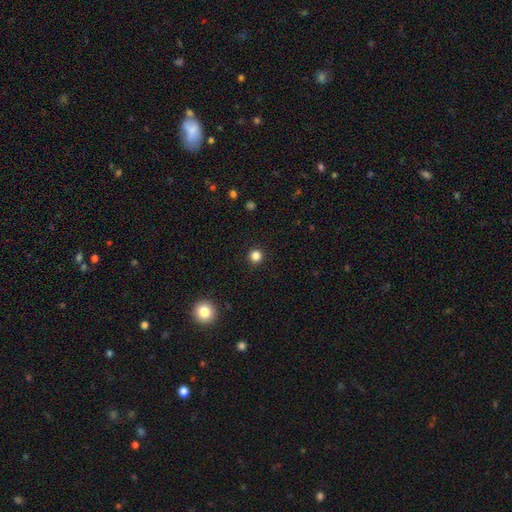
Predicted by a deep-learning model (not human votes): smooth 83%, star or artifact 13%, featured or disk 3%. Down the decision tree: how rounded — round (95%); merging — none (93%).